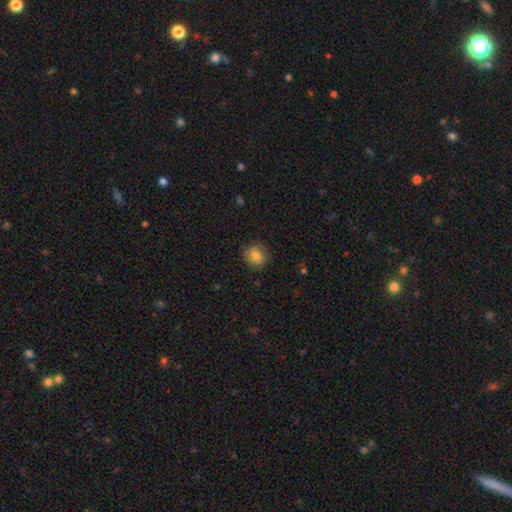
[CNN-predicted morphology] Overall: smooth (81%). How rounded: round (74%). Merging: none (83%).